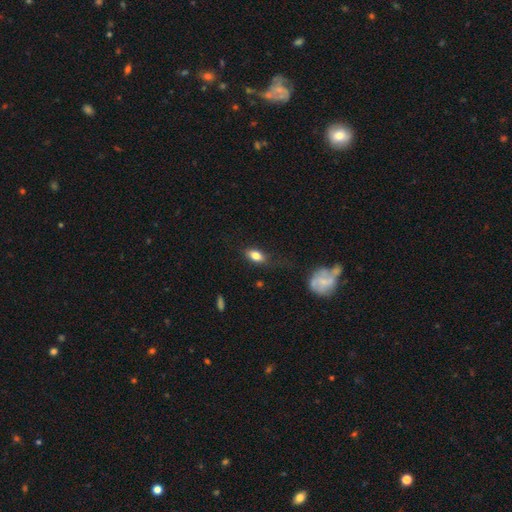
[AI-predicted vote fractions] This is likely a smooth galaxy (80%). How rounded: clearly in between (85%). Merging: likely none (73%).